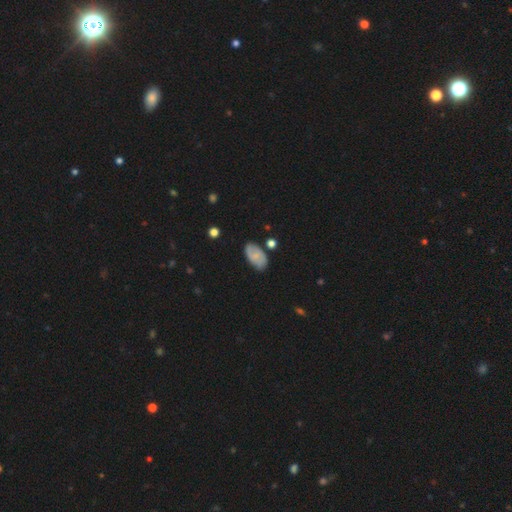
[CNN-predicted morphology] smooth_or_featured: smooth (p=0.59) [alt: featured or disk p=0.33]
how_rounded: in between (p=0.93) [alt: round p=0.06]
merging: none (p=0.72) [alt: minor disturbance p=0.20]